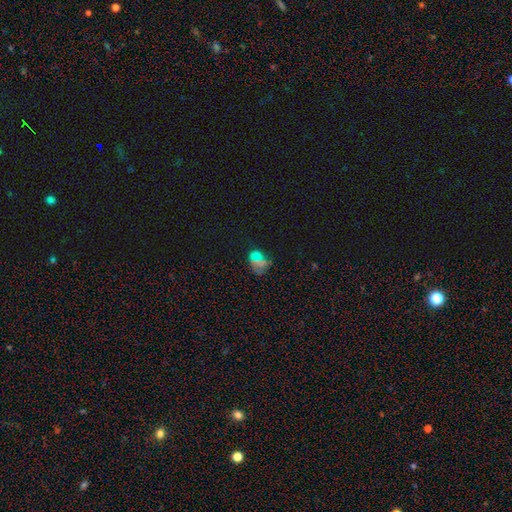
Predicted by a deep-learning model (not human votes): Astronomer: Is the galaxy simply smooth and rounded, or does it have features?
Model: smooth — 47% (runner-up: star or artifact, 38%).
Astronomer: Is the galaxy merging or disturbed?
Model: none — 54%.